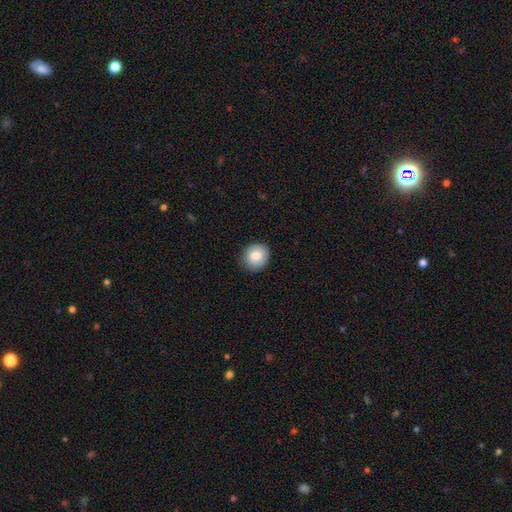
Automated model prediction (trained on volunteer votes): Smooth or featured: smooth — 79% (featured or disk — 13%)
How rounded: round — 78% (in between — 21%)
Merging: none — 86% (minor disturbance — 11%)